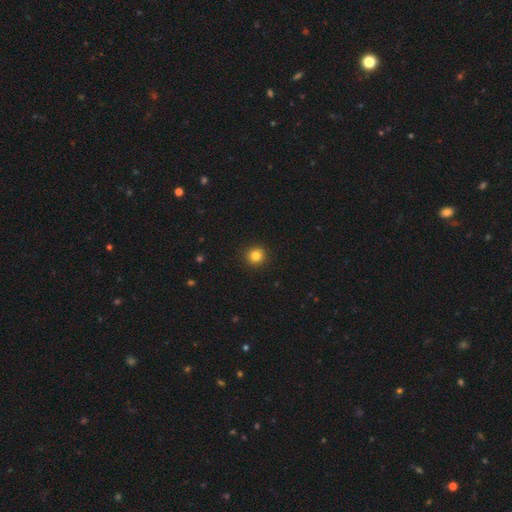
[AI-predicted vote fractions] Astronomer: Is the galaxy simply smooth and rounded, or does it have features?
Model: smooth — 83%.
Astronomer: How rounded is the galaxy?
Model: round — 92%.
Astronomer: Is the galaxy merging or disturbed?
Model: none — 93%.